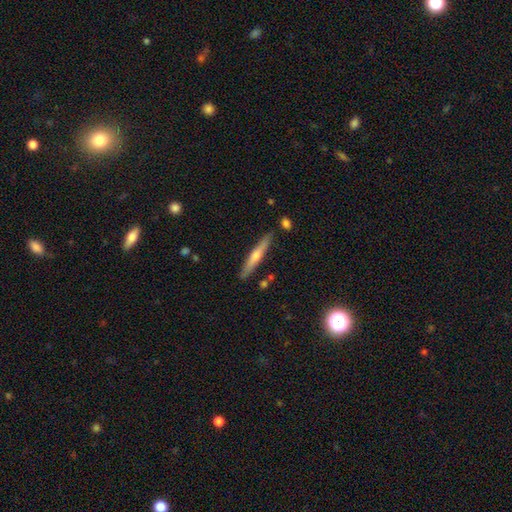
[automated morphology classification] The model was most divided on "smooth or featured": featured or disk: 53%, smooth: 41%, star or artifact: 6%. More confident: edge-on disk — yes (95%); merging — none (86%); edge-on bulge — rounded (80%).